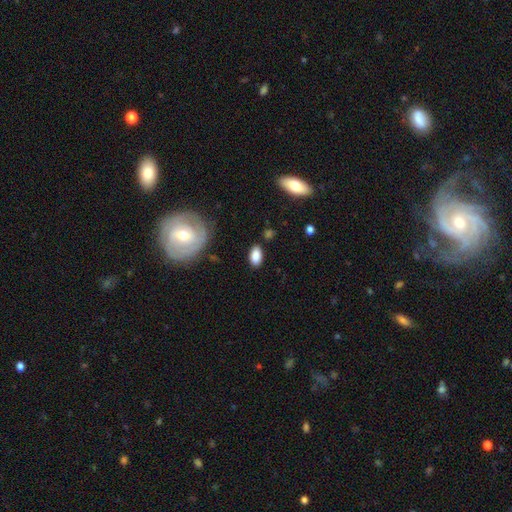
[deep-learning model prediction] Smooth or featured? smooth (85%)
How rounded? in between (91%)
Merging? none (81%)